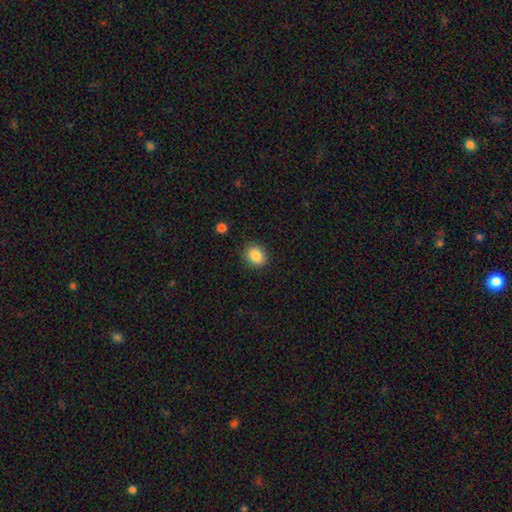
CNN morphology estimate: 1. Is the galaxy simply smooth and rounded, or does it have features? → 86% smooth, 9% star or artifact, 5% featured or disk.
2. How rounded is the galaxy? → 52% round, 47% in between, 1% cigar-shaped.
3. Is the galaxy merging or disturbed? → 88% none, 8% minor disturbance, 2% major disturbance, 1% merger.